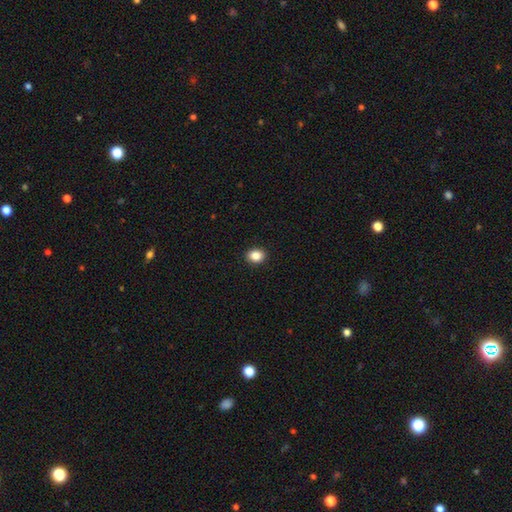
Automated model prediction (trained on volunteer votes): Overall: smooth (86%). How rounded: round (58%; in between 41%). Merging: none (92%).